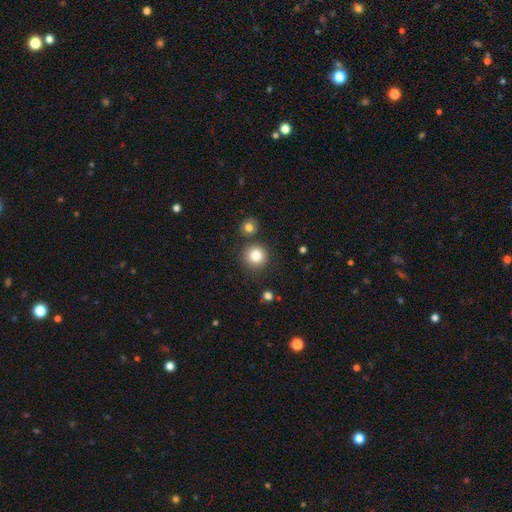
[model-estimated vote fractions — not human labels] Morphology: type=smooth (82%); roundness=round (93%); merging=none (82%).